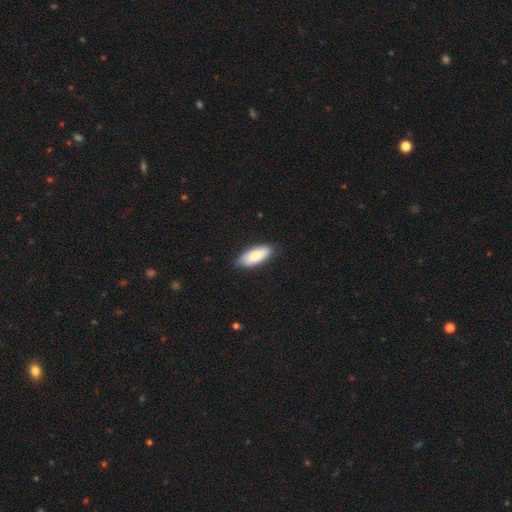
A smooth galaxy with no disk features (84%) that is in between round and cigar-shaped (94%). Merging: none (71%).